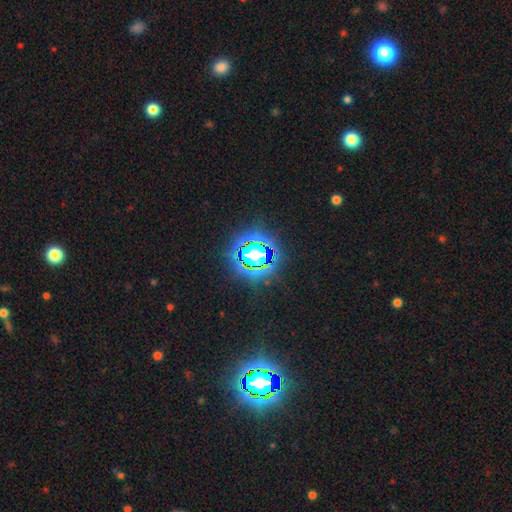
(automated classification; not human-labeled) This appears to be a star or artifact, not a galaxy (68%).